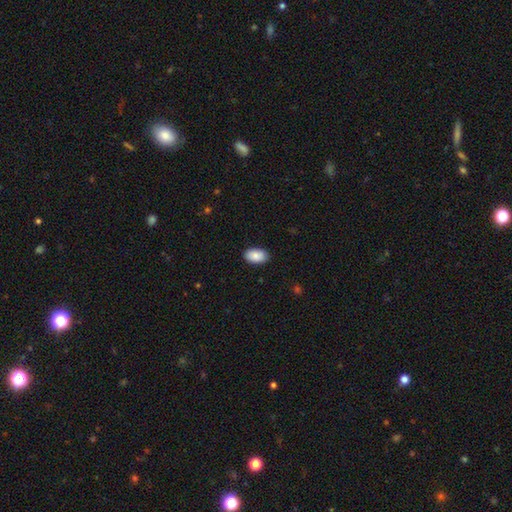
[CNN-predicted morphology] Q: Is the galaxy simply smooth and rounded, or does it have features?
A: smooth — 86%.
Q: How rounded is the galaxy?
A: in between — 94%.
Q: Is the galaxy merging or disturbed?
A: none — 88%.